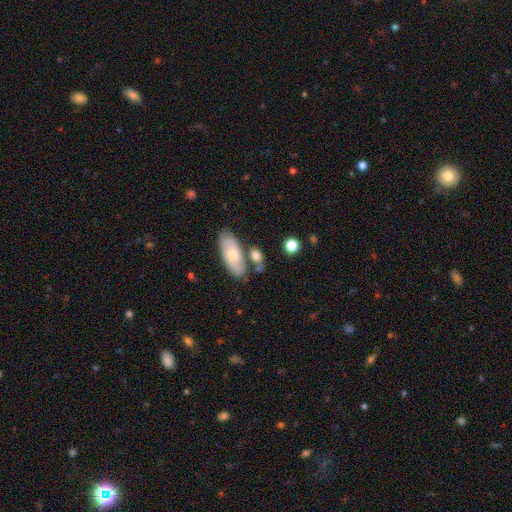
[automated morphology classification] Smooth or featured?
  - smooth: 69% *
  - featured or disk: 23%
  - star or artifact: 8%
How rounded?
  - in between: 62% *
  - round: 26%
  - cigar-shaped: 12%
Merging?
  - none: 59% *
  - merger: 21%
  - minor disturbance: 15%
  - major disturbance: 5%